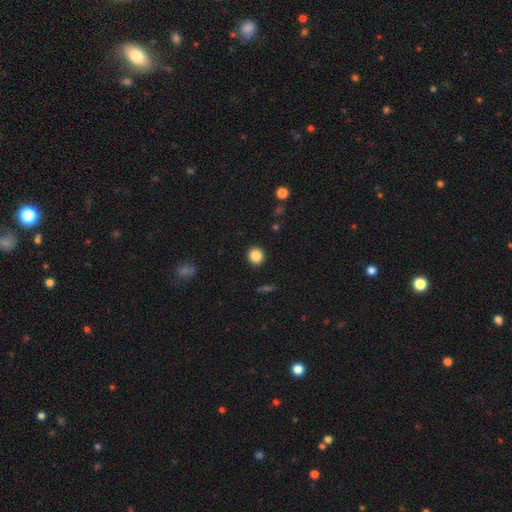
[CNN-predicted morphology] Smooth or featured? smooth (86%)
How rounded? round (90%)
Merging? none (92%)